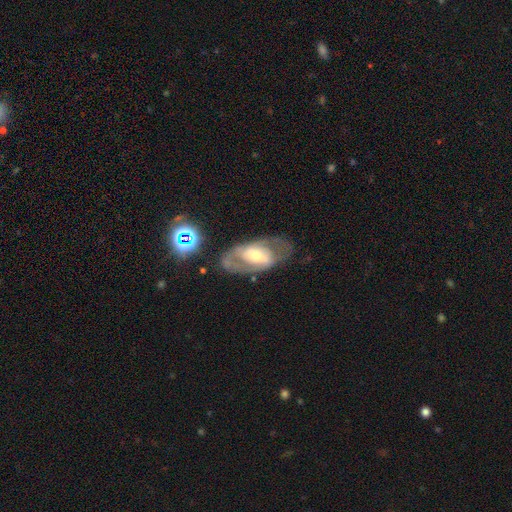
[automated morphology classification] Overall: featured or disk (73%). Edge-on disk: no (92%). Bar: weak (39%; strong 32%). Spiral arms: yes (66%; no 34%). Bulge size: moderate (52%; small 37%). Merging: none (63%).